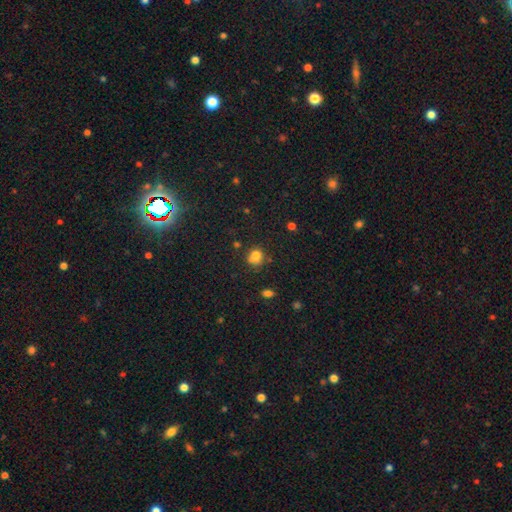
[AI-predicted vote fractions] Overall: smooth (72%). How rounded: round (78%). Merging: none (49%; merger 29%).